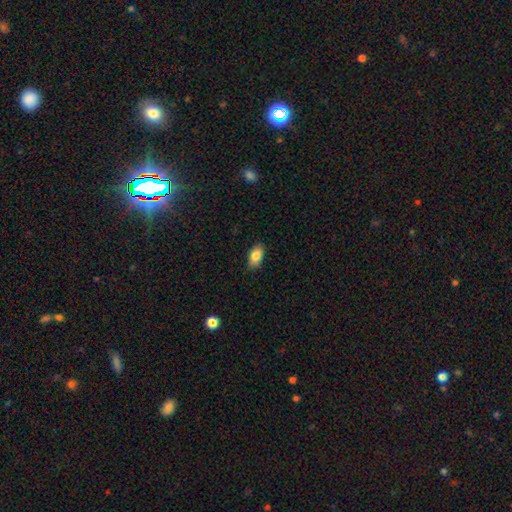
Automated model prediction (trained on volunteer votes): A smooth galaxy with no disk features (84%) that is in between round and cigar-shaped (92%). Merging: none (86%).